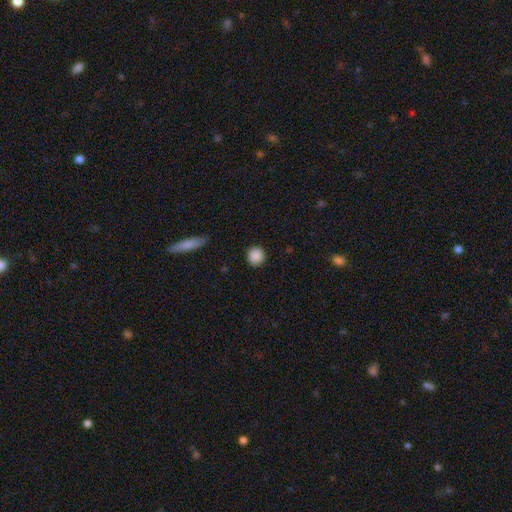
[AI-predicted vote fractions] Smooth or featured?
  - smooth: 89% *
  - star or artifact: 8%
  - featured or disk: 3%
How rounded?
  - round: 91% *
  - in between: 8%
  - cigar-shaped: 1%
Merging?
  - none: 89% *
  - minor disturbance: 8%
  - major disturbance: 2%
  - merger: 1%